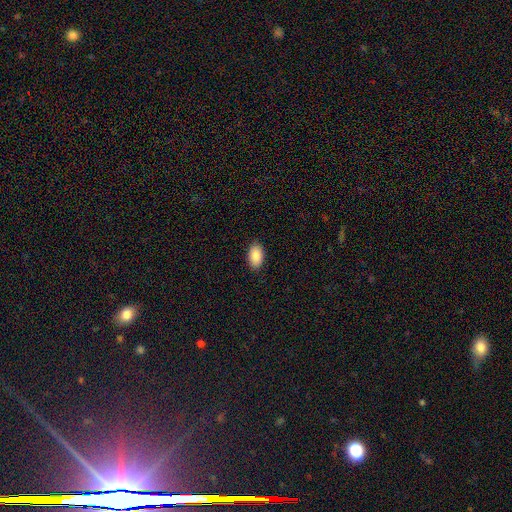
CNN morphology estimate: Smooth or featured? Predicted: smooth (p=0.89). How rounded? Predicted: in between (p=0.94). Merging? Predicted: none (p=0.89).